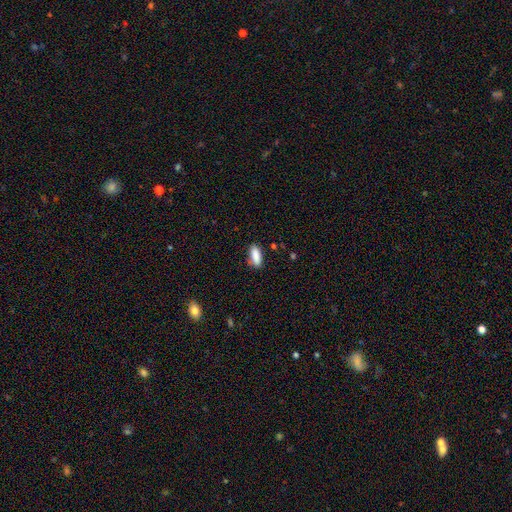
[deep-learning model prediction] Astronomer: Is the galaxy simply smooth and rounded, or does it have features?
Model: smooth — 87%.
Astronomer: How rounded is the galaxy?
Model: in between — 72%.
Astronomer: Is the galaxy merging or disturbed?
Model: none — 82%.